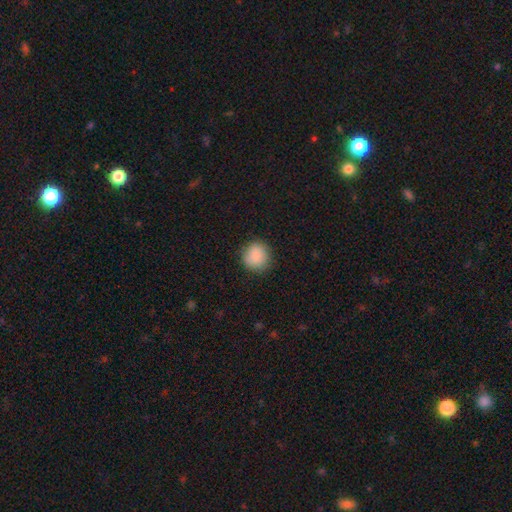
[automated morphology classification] Overall: smooth (88%). How rounded: round (91%). Merging: none (88%).